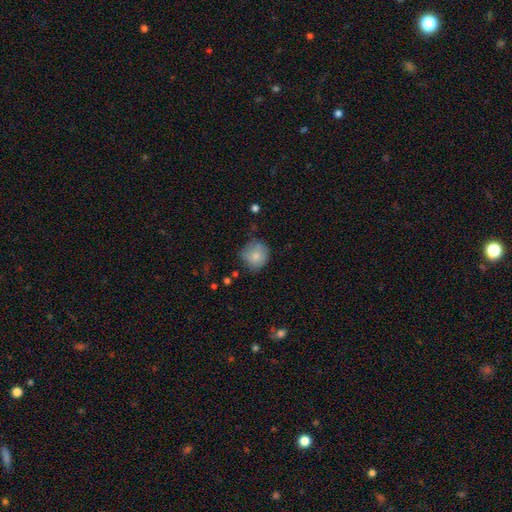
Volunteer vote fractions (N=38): Morphology: type=smooth (79%); roundness=round (80%); merging=none (59%).